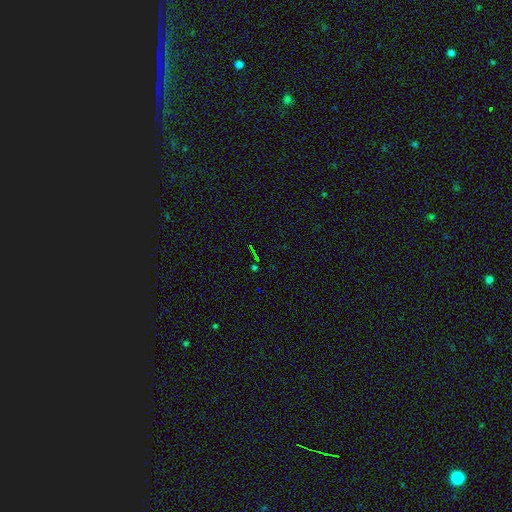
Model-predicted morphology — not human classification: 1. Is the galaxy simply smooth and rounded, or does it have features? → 72% star or artifact, 15% smooth, 13% featured or disk.